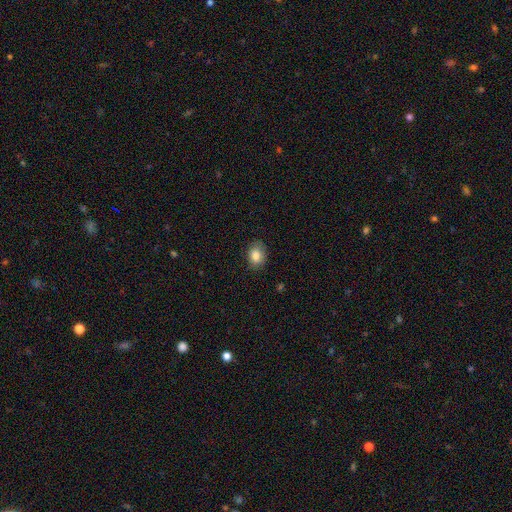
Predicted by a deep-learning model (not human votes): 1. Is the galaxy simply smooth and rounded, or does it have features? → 84% smooth, 9% star or artifact, 7% featured or disk.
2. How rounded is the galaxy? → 65% in between, 34% round, 1% cigar-shaped.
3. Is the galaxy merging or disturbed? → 82% none, 14% minor disturbance, 3% major disturbance, 1% merger.